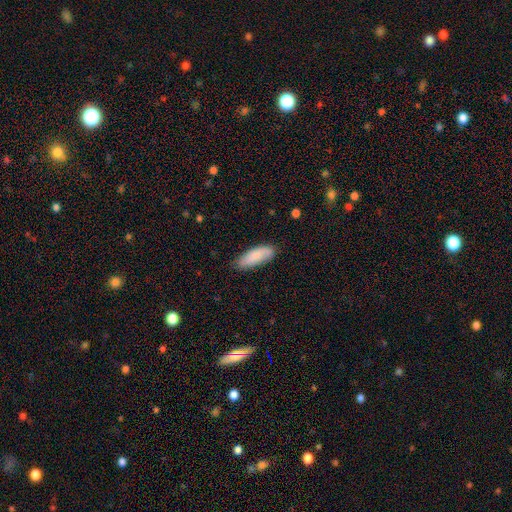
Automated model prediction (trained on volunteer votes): Overall: smooth (81%). How rounded: in between (68%; cigar-shaped 31%). Merging: none (75%).